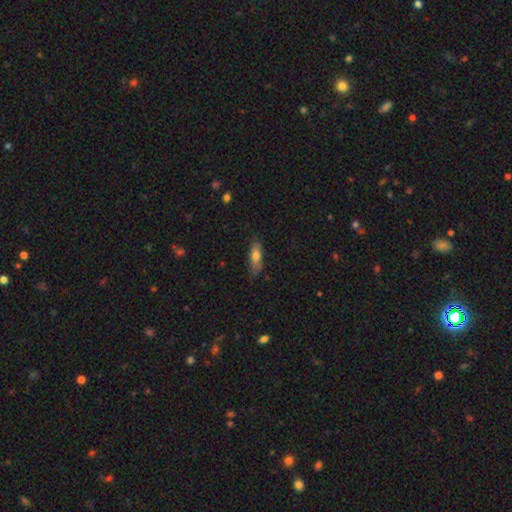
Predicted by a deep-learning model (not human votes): Morphology: type=smooth (69%); roundness=in between (55%); merging=none (73%).